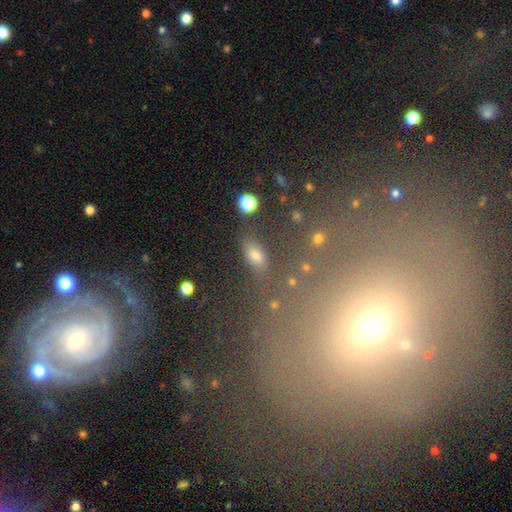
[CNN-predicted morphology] Smooth or featured?
  - smooth: 72% *
  - star or artifact: 16%
  - featured or disk: 12%
How rounded?
  - in between: 85% *
  - cigar-shaped: 7%
  - round: 7%
Merging?
  - none: 78% *
  - minor disturbance: 12%
  - major disturbance: 5%
  - merger: 5%